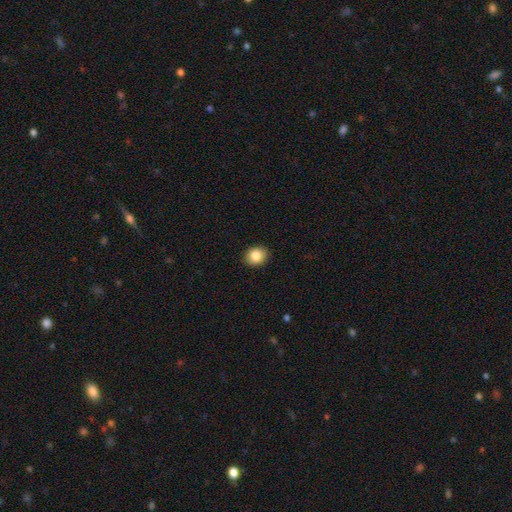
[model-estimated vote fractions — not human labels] Morphology: type=smooth (85%); roundness=round (59%); merging=none (91%).